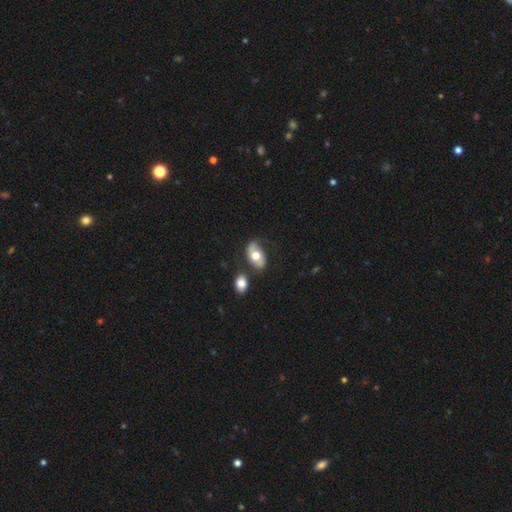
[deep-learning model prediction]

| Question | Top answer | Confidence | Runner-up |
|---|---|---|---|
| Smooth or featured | smooth | 53% | featured or disk (40%) |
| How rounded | in between | 89% | round (9%) |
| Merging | none | 59% | minor disturbance (22%) |